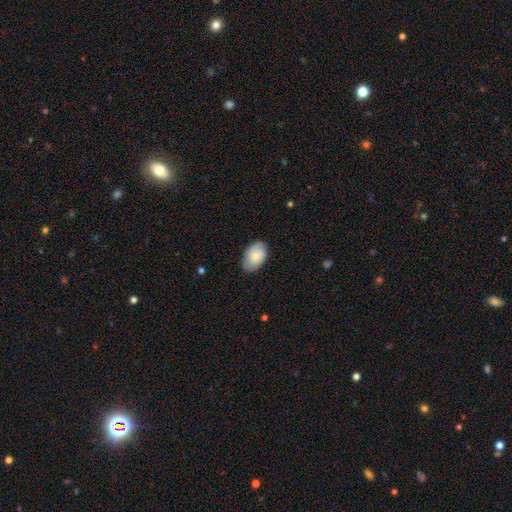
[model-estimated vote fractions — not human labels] Smooth or featured?
  - smooth: 65% *
  - featured or disk: 29%
  - star or artifact: 6%
How rounded?
  - in between: 89% *
  - round: 10%
  - cigar-shaped: 1%
Merging?
  - none: 79% *
  - minor disturbance: 17%
  - major disturbance: 3%
  - merger: 1%